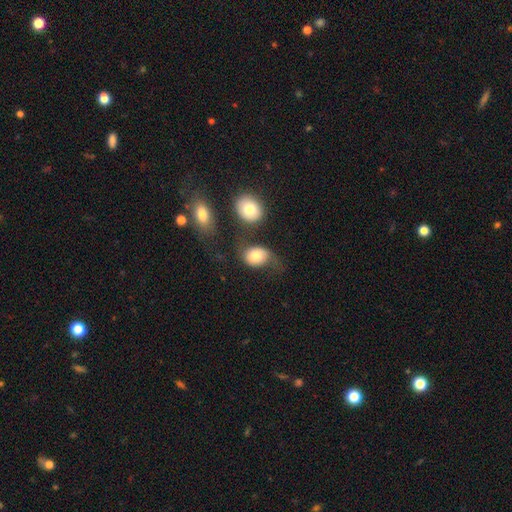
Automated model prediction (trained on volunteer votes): This is likely a smooth galaxy (71%). How rounded: possibly in between (56%). Merging: marginally none (39%).